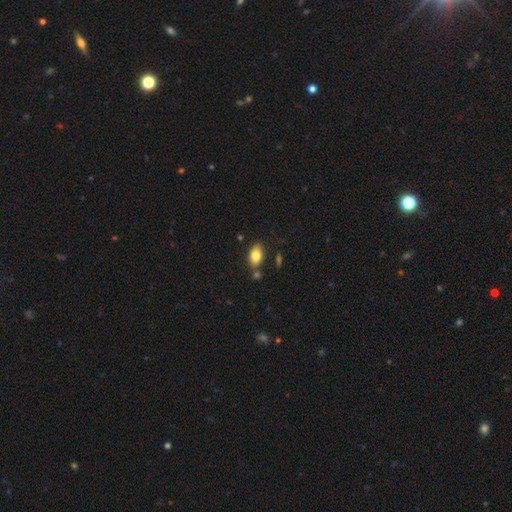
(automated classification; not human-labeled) Smooth or featured: smooth — 80% (featured or disk — 12%)
How rounded: in between — 91% (round — 5%)
Merging: none — 77% (minor disturbance — 12%)